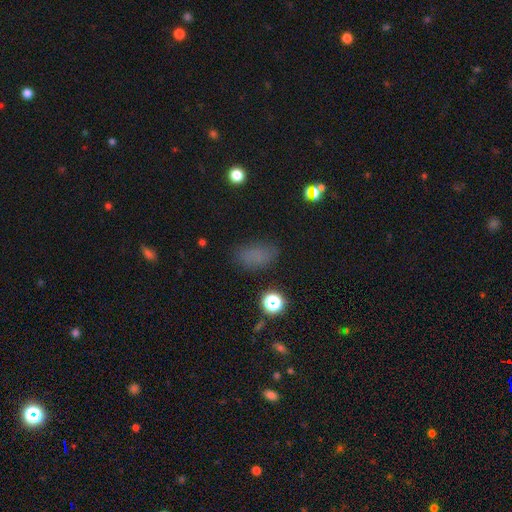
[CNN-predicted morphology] Q: Smooth or featured?
A: smooth (70%); runner-up: star or artifact (21%)
Q: How rounded?
A: in between (86%); runner-up: round (11%)
Q: Merging?
A: none (75%); runner-up: minor disturbance (17%)